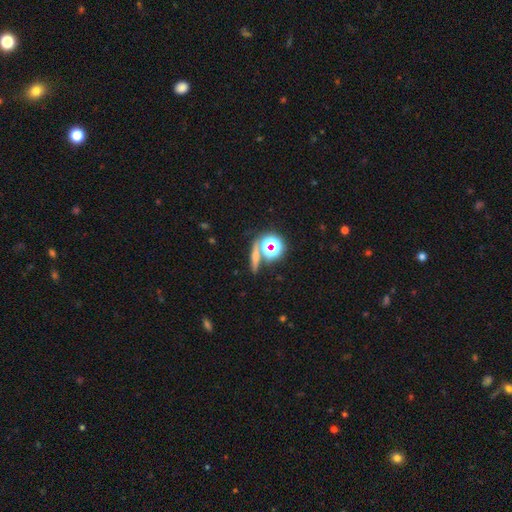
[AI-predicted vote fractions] This is possibly a smooth galaxy (46%). Merging: likely none (74%).